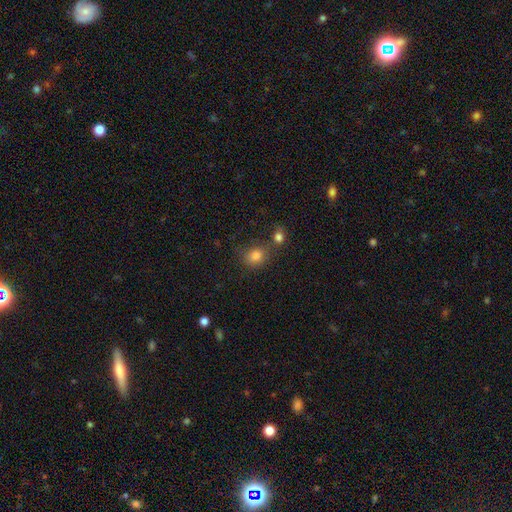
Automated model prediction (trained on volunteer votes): smooth 81%, star or artifact 13%, featured or disk 6%. Down the decision tree: how rounded — round (61%); merging — none (56%).